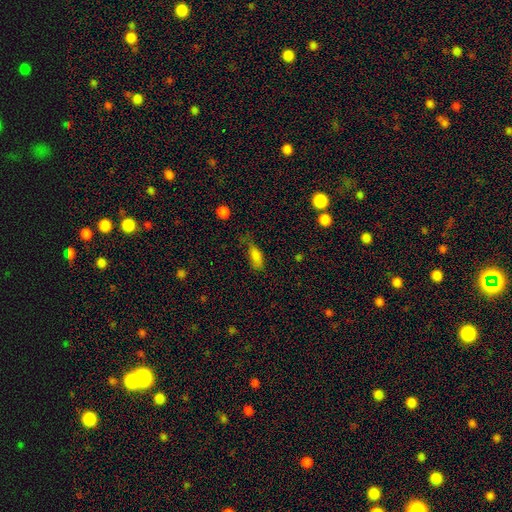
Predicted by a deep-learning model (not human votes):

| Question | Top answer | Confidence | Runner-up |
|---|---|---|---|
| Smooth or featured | smooth | 81% | star or artifact (11%) |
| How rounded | in between | 78% | cigar-shaped (19%) |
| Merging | none | 49% | minor disturbance (32%) |